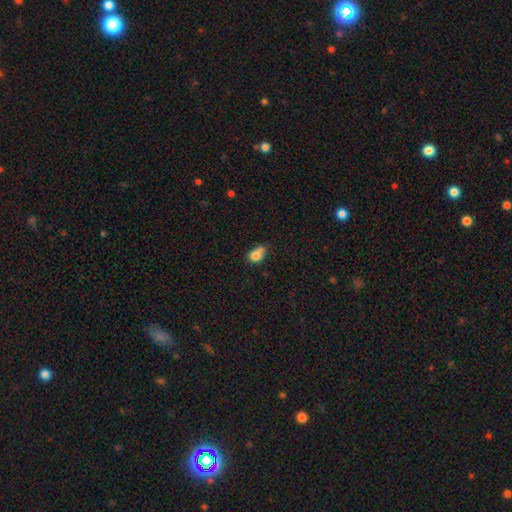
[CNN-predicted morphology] The model was most divided on "merging" (2-way tie): none: 34%, minor disturbance: 34%, merger: 19%, major disturbance: 13%. More confident: smooth or featured — smooth (79%); how rounded — in between (58%).